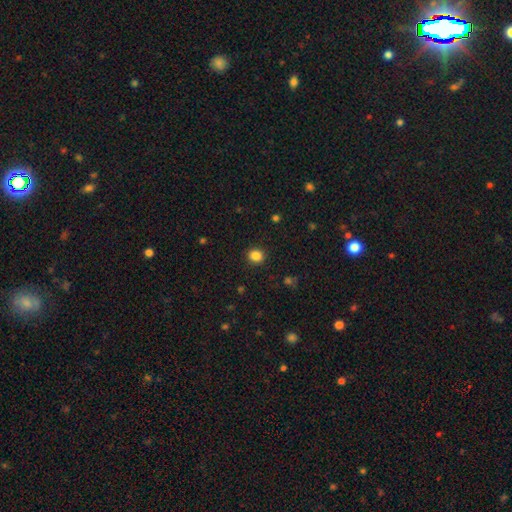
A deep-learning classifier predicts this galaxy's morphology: Q: Smooth or featured?
A: smooth (86%); runner-up: star or artifact (11%)
Q: How rounded?
A: round (76%); runner-up: in between (23%)
Q: Merging?
A: none (91%); runner-up: minor disturbance (6%)